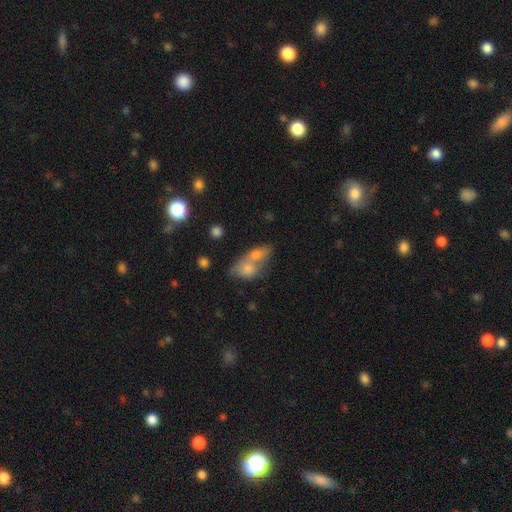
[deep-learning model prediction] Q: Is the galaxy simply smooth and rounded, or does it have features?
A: smooth — 64%.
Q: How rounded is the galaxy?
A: in between — 61%.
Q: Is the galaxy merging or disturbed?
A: merger — 63%.